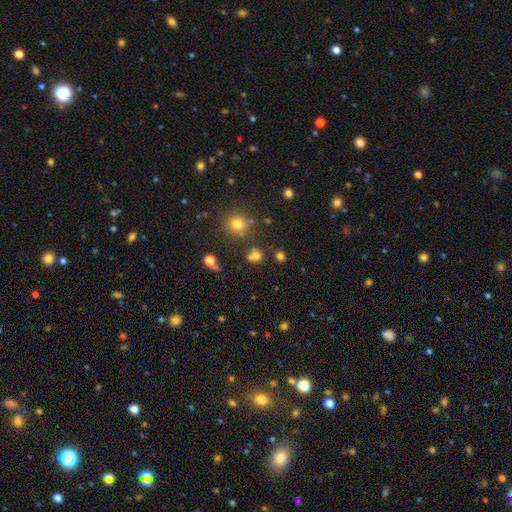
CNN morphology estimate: Smooth or featured?
  - smooth: 70% *
  - star or artifact: 20%
  - featured or disk: 10%
How rounded?
  - round: 77% *
  - in between: 22%
  - cigar-shaped: 1%
Merging?
  - none: 57% *
  - merger: 25%
  - minor disturbance: 12%
  - major disturbance: 6%